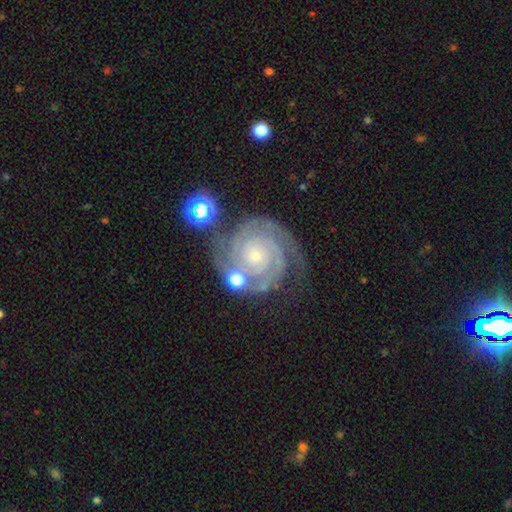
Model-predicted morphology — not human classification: The model was most divided on "spiral arm count": 2: 56%, 3: 21%, can't tell: 8%, 4: 7%, more than 4: 4%, 1: 4%. More confident: spiral arms — yes (99%); edge-on disk — no (98%); smooth or featured — featured or disk (92%); spiral winding — tight (82%); bulge size — small (81%); bar — no (78%); merging — none (72%).